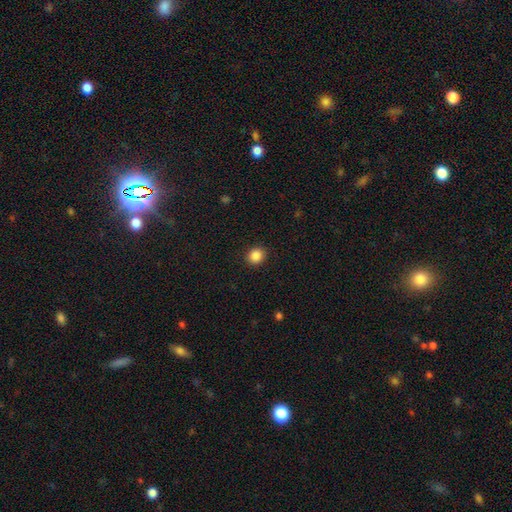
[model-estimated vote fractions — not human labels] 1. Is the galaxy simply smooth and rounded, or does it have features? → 87% smooth, 10% star or artifact, 3% featured or disk.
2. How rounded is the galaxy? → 80% round, 20% in between, 1% cigar-shaped.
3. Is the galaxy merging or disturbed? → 91% none, 6% minor disturbance, 2% major disturbance, 1% merger.